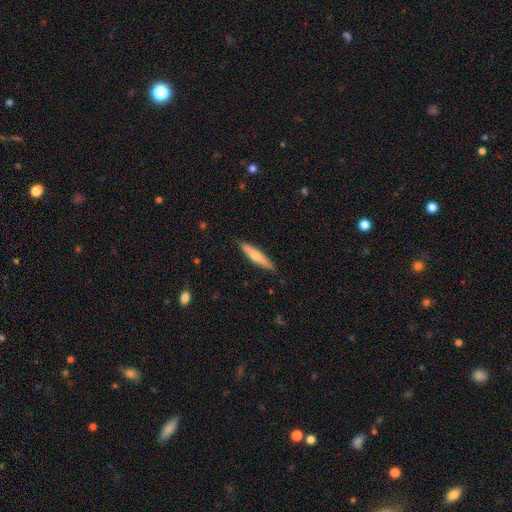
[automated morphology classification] type=smooth (55%); roundness=cigar-shaped (87%); merging=none (88%).